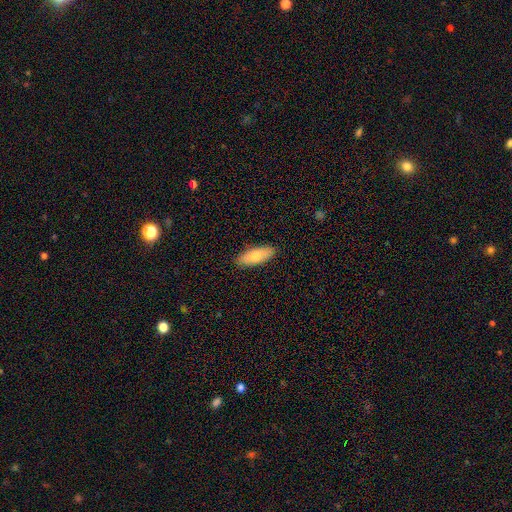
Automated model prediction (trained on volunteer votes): smooth 78%, featured or disk 16%, star or artifact 6%. Down the decision tree: how rounded — in between (77%); merging — none (88%).